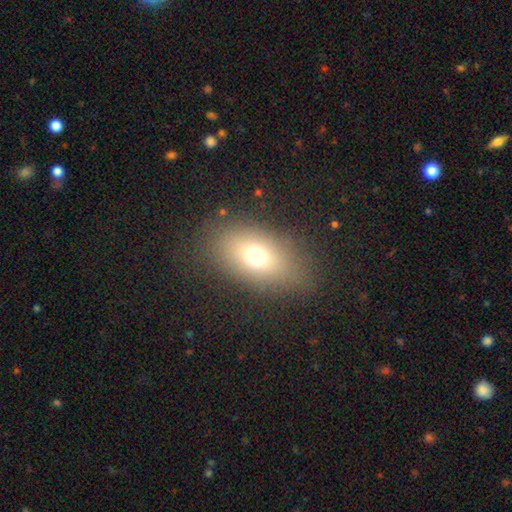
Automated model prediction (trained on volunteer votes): Q: Smooth or featured?
A: smooth (68%); runner-up: star or artifact (16%)
Q: How rounded?
A: in between (78%); runner-up: round (20%)
Q: Merging?
A: none (80%); runner-up: minor disturbance (11%)